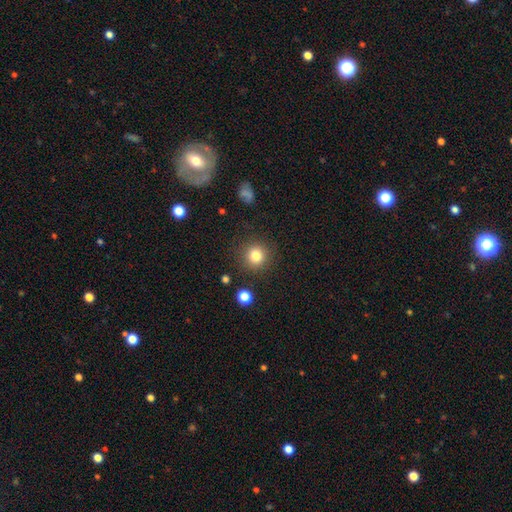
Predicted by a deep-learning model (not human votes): smooth-or-featured: smooth: 82% | star or artifact: 12% | featured or disk: 6%
  how-rounded: round: 92% | in between: 7% | cigar-shaped: 1%
  merging: none: 88% | minor disturbance: 7% | major disturbance: 3% | merger: 2%